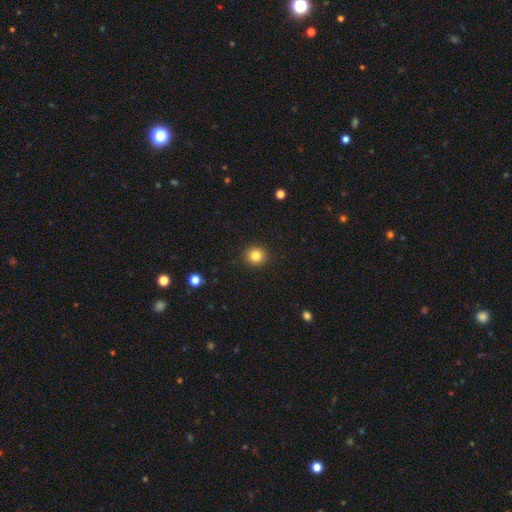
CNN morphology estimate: A smooth galaxy with no disk features (83%) that is round (84%).

Vote fractions:
- Smooth or featured? smooth: 83% / star or artifact: 11% / featured or disk: 6%
- How rounded? round: 84% / in between: 15% / cigar-shaped: 1%
- Merging? none: 92% / minor disturbance: 6% / major disturbance: 2% / merger: 1%